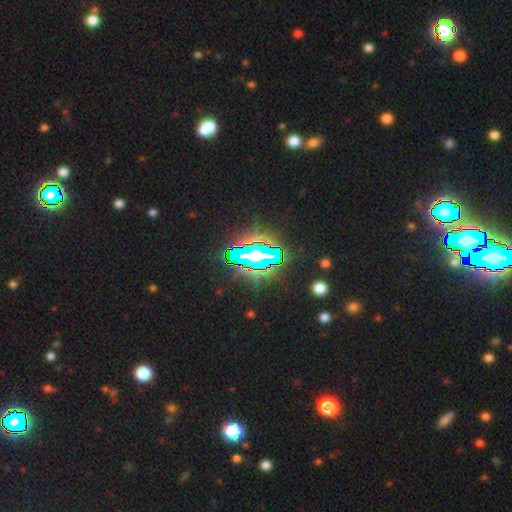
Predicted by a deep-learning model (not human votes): Smooth or featured?
  - star or artifact: 75% *
  - smooth: 14%
  - featured or disk: 11%